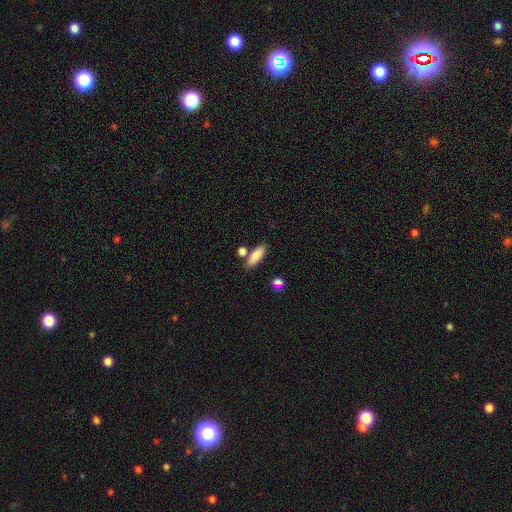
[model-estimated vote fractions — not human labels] smooth_or_featured: smooth (p=0.84) [alt: featured or disk p=0.09]
how_rounded: in between (p=0.65) [alt: cigar-shaped p=0.32]
merging: none (p=0.71) [alt: merger p=0.13]